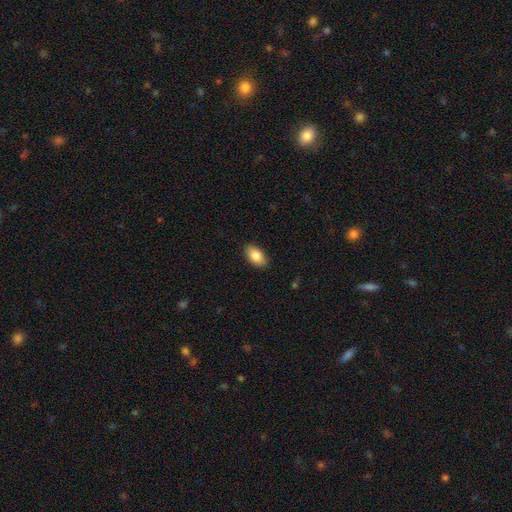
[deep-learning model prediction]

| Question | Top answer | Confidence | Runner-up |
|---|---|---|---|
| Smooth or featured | smooth | 85% | featured or disk (8%) |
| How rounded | in between | 93% | round (4%) |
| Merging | none | 89% | minor disturbance (9%) |